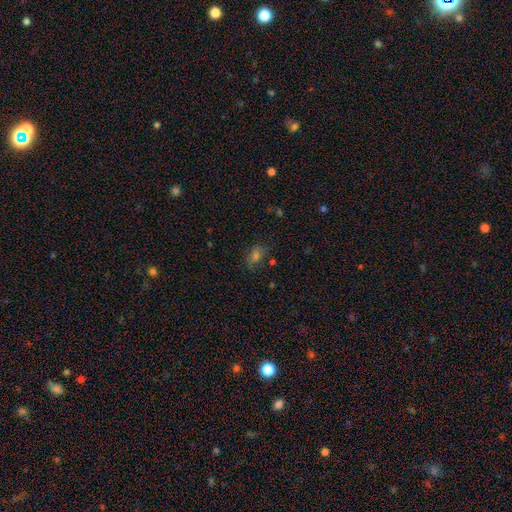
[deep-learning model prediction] The model was most divided on "smooth or featured": smooth: 55%, star or artifact: 31%, featured or disk: 14%. More confident: merging — none (74%); how rounded — in between (72%).